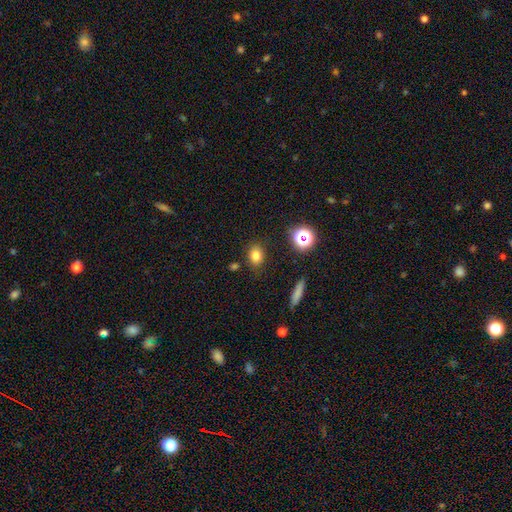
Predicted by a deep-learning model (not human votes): Overall: smooth (77%). How rounded: in between (53%; round 45%). Merging: none (84%).